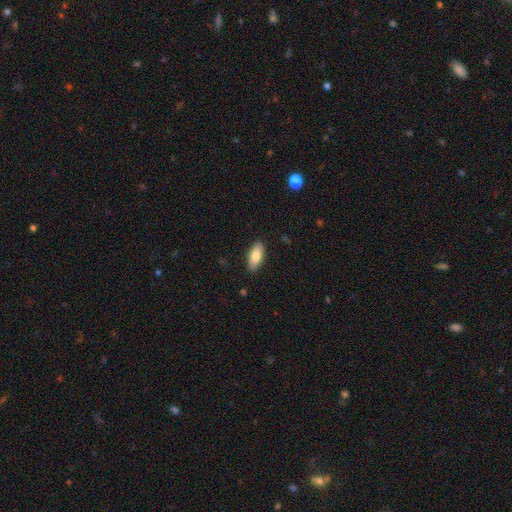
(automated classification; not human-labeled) A smooth galaxy with no disk features (79%) that is in between round and cigar-shaped (85%).

Vote fractions:
- Smooth or featured? smooth: 79% / featured or disk: 15% / star or artifact: 6%
- How rounded? in between: 85% / cigar-shaped: 13% / round: 2%
- Merging? none: 88% / minor disturbance: 9% / major disturbance: 2% / merger: 1%